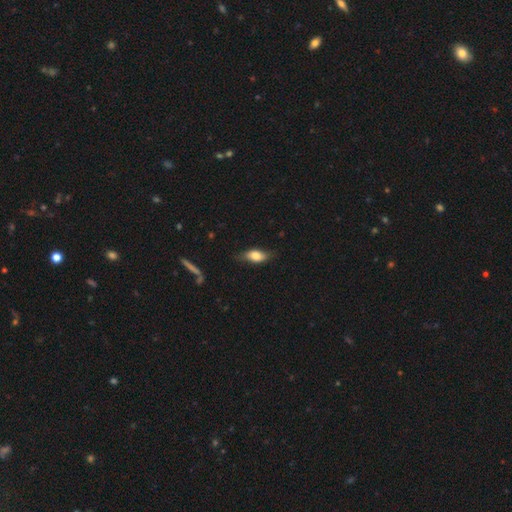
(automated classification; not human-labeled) Smooth or featured? smooth (69%)
How rounded? in between (81%)
Merging? none (69%)